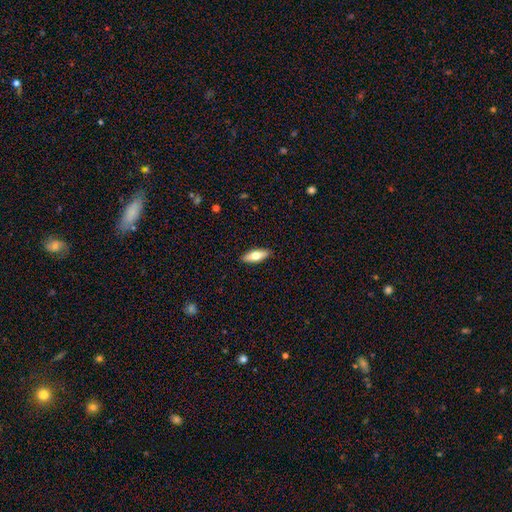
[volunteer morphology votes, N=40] Smooth or featured?
  - smooth: 82% *
  - featured or disk: 12%
  - star or artifact: 5%
How rounded?
  - in between: 88% *
  - cigar-shaped: 9%
  - round: 3%
Merging?
  - none: 95% *
  - minor disturbance: 5%
  - major disturbance: 0%
  - merger: 0%